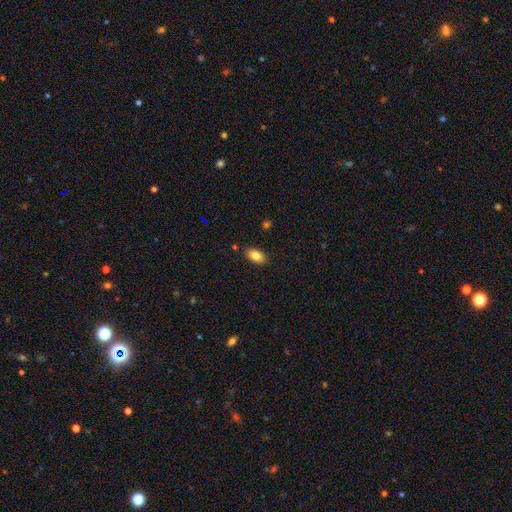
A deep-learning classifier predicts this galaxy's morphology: Q: Smooth or featured?
A: smooth (84%); runner-up: star or artifact (8%)
Q: How rounded?
A: in between (92%); runner-up: round (5%)
Q: Merging?
A: none (85%); runner-up: minor disturbance (10%)